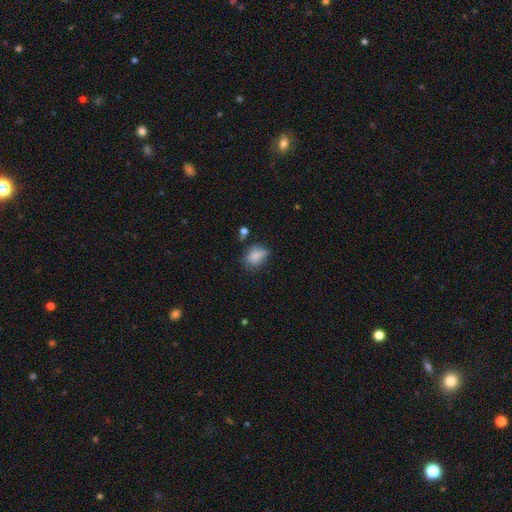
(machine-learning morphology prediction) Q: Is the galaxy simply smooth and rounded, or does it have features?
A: smooth — 74%.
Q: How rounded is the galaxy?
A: in between — 68%.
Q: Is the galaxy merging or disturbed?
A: none — 49%.